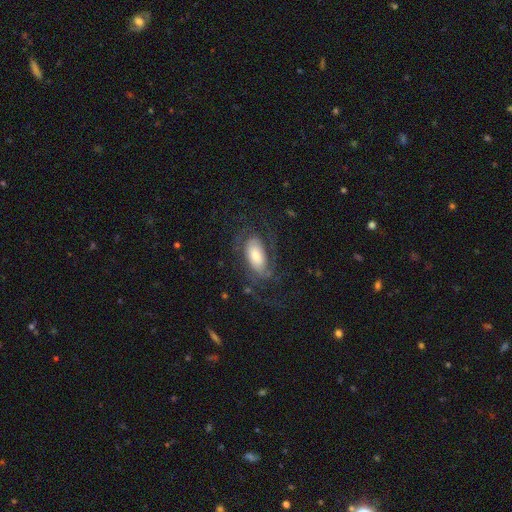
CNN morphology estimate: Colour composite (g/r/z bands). It shows a featured or disk galaxy (67%) with no bar (64%), 2 (37%) medium (41%) spiral arms (89%) and a moderate central bulge (37%). Merging: none (58%).